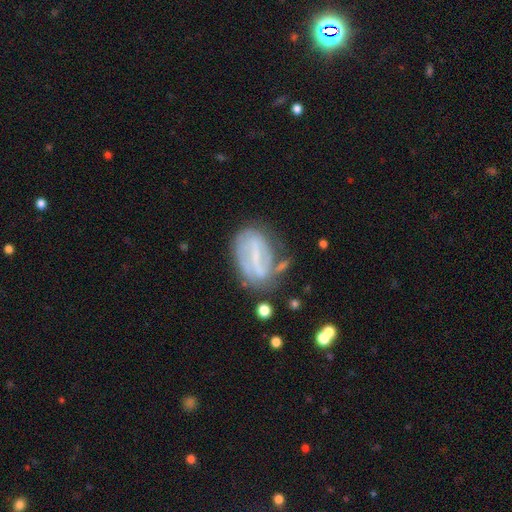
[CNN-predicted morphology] This is likely a featured or disk galaxy (65%). It is clearly not viewed edge-on (93%). Bar: possibly strong (56%). Spiral arm pattern: possibly yes (59%). Central bulge: marginally none (42%, tied with small). Merging: possibly none (51%).